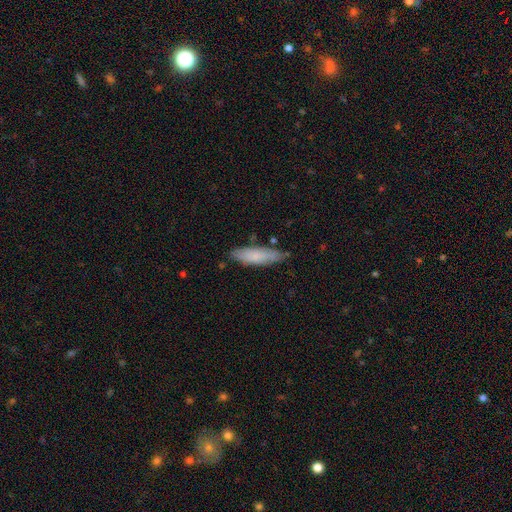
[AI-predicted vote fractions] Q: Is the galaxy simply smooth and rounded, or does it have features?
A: smooth — 75%.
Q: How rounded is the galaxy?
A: cigar-shaped — 63%.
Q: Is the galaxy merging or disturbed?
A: none — 76%.